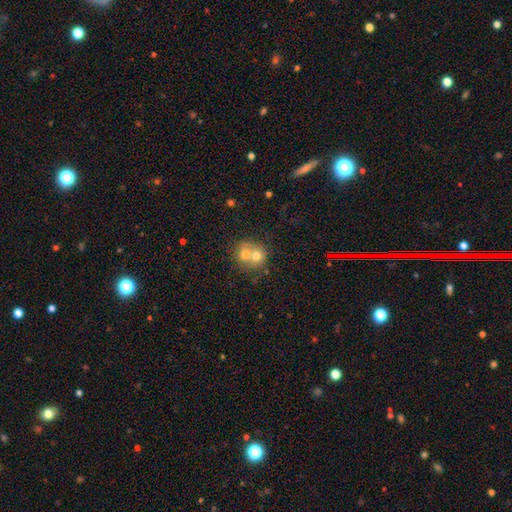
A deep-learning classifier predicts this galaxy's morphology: The model was most divided on "smooth or featured": smooth: 64%, featured or disk: 26%, star or artifact: 10%. More confident: how rounded — round (74%); merging — merger (70%).